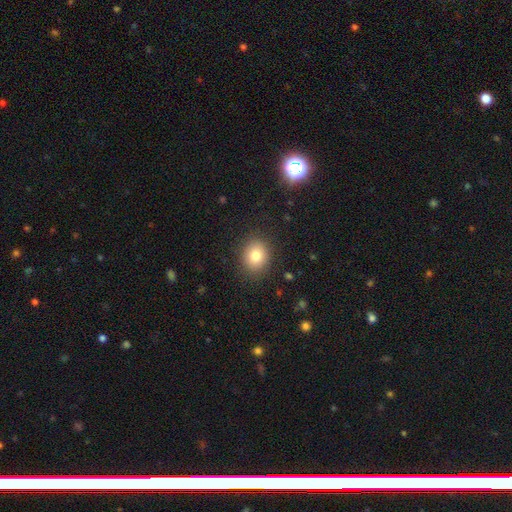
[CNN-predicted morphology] smooth 80%, star or artifact 10%, featured or disk 9%. Down the decision tree: how rounded — round (64%); merging — none (88%).